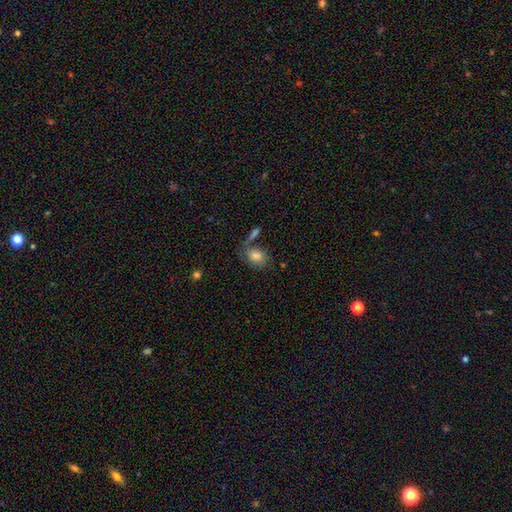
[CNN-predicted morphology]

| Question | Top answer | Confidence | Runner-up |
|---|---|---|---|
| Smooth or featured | smooth | 77% | featured or disk (13%) |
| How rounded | in between | 67% | round (31%) |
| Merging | none | 57% | merger (18%) |